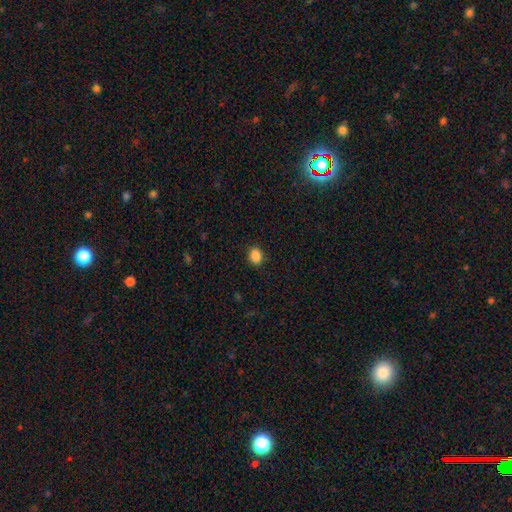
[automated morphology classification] This is clearly a smooth galaxy (88%). How rounded: possibly in between (60%). Merging: clearly none (88%).